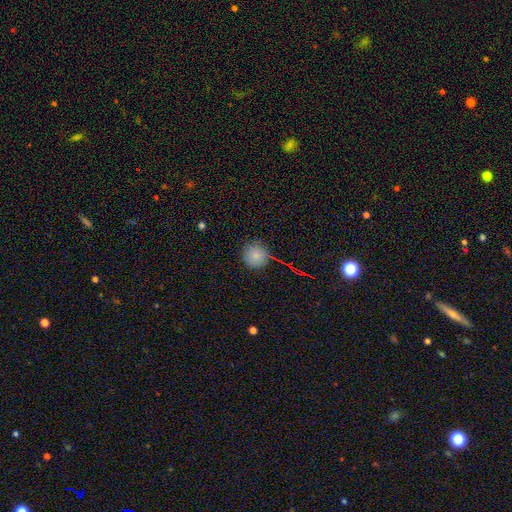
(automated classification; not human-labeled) Overall: smooth (80%). How rounded: round (94%). Merging: none (83%).